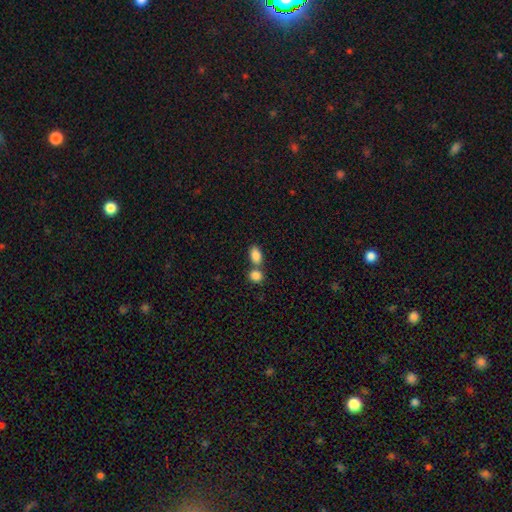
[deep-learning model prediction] smooth 86%, star or artifact 8%, featured or disk 6%. Down the decision tree: how rounded — in between (84%); merging — merger (45%).